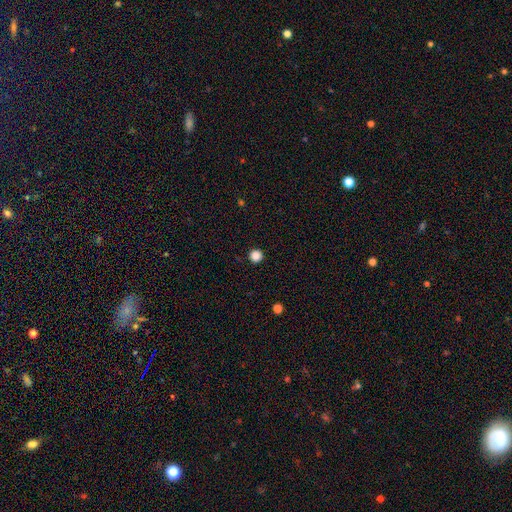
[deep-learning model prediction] Smooth or featured? Predicted: smooth (p=0.86). How rounded? Predicted: round (p=0.96). Merging? Predicted: none (p=0.93).